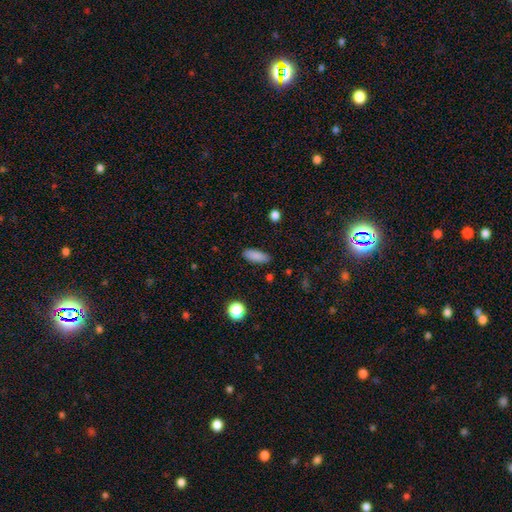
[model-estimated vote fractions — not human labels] Smooth or featured? smooth (87%)
How rounded? in between (78%)
Merging? none (86%)